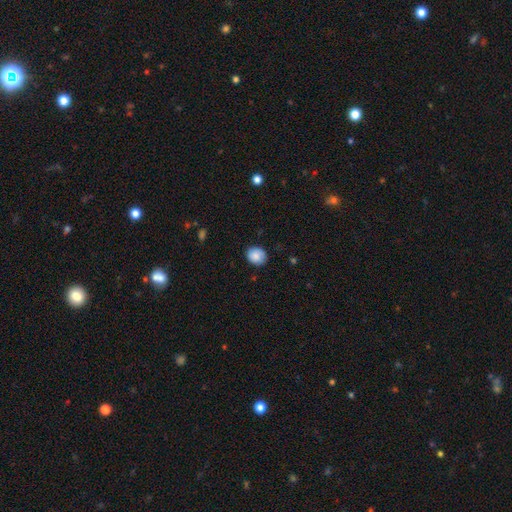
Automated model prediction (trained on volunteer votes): Smooth or featured? Predicted: smooth (p=0.85). How rounded? Predicted: round (p=0.65). Merging? Predicted: none (p=0.81).